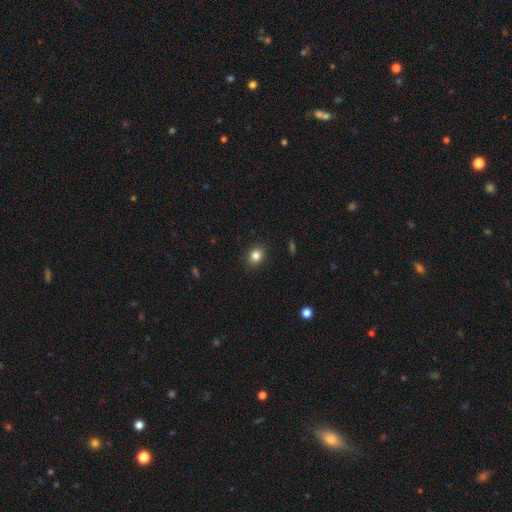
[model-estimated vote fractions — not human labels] A smooth galaxy with no disk features (84%) that is round (56%).

Vote fractions:
- Smooth or featured? smooth: 84% / star or artifact: 11% / featured or disk: 6%
- How rounded? round: 56% / in between: 43% / cigar-shaped: 1%
- Merging? none: 89% / minor disturbance: 8% / major disturbance: 2% / merger: 1%